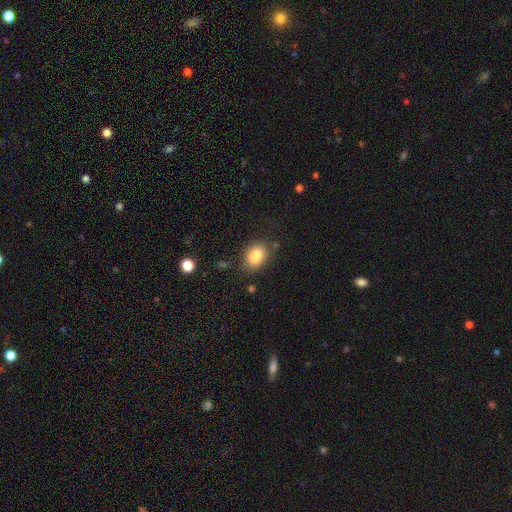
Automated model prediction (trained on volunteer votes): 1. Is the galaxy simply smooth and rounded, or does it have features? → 84% smooth, 9% star or artifact, 7% featured or disk.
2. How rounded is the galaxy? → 73% in between, 26% round, 1% cigar-shaped.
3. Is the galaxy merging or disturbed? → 76% none, 16% minor disturbance, 5% major disturbance, 3% merger.